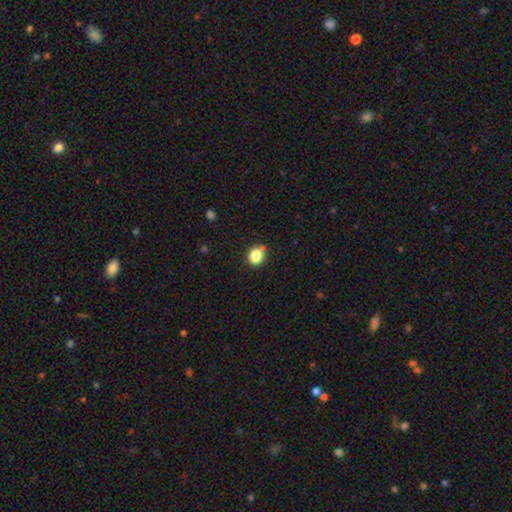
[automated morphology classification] smooth 84%, star or artifact 11%, featured or disk 5%. Down the decision tree: how rounded — round (76%); merging — none (73%).